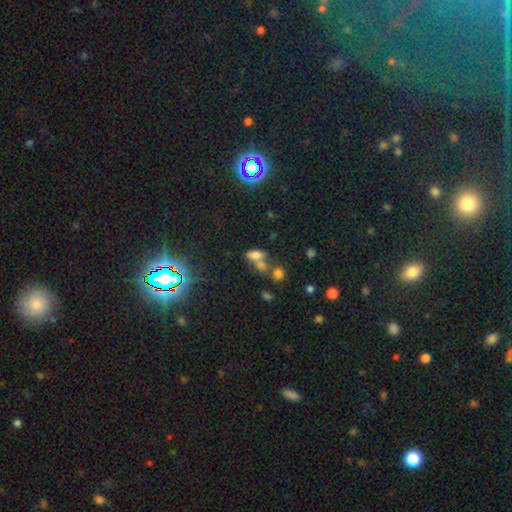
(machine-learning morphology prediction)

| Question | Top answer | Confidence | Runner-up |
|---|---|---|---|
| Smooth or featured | smooth | 65% | star or artifact (21%) |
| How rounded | in between | 79% | cigar-shaped (12%) |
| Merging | merger | 46% | none (34%) |